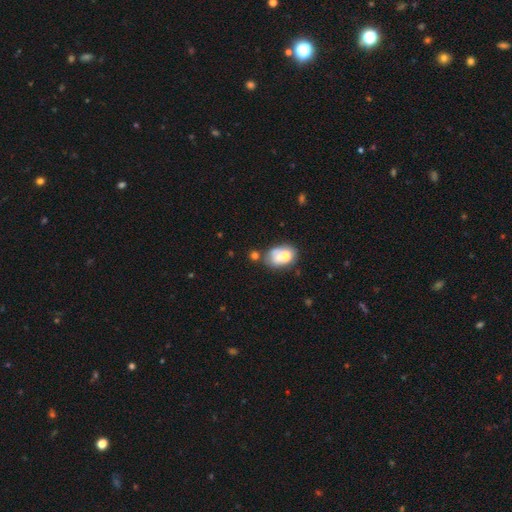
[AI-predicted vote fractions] A smooth galaxy with no disk features (55%) that is in between round and cigar-shaped (62%).

Vote fractions:
- Smooth or featured? smooth: 55% / featured or disk: 29% / star or artifact: 16%
- How rounded? in between: 62% / round: 36% / cigar-shaped: 2%
- Merging? none: 37% / merger: 35% / minor disturbance: 17% / major disturbance: 11%